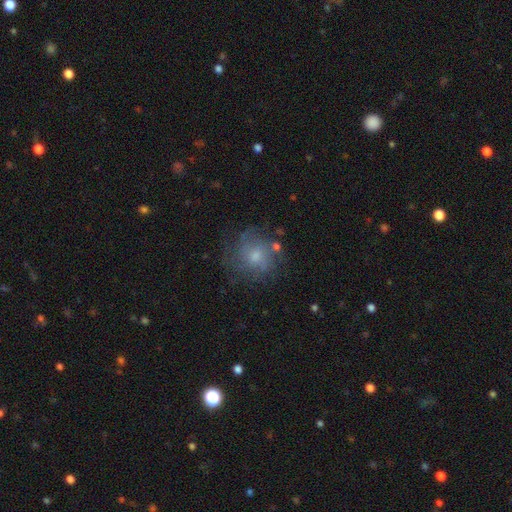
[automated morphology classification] Smooth or featured? smooth (45%)
Merging? none (66%)